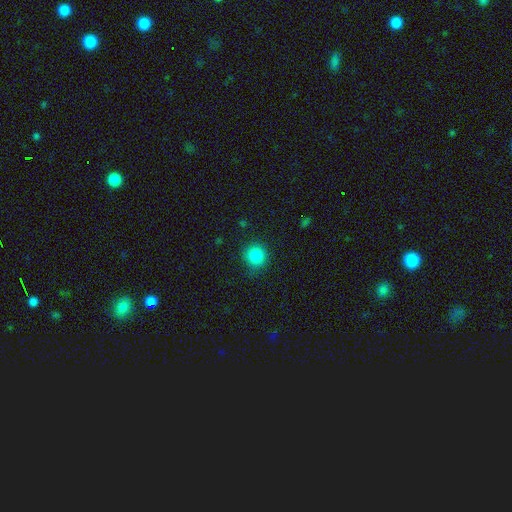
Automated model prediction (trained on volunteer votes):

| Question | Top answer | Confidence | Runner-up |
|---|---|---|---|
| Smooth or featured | smooth | 84% | star or artifact (11%) |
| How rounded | round | 92% | in between (7%) |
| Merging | none | 85% | minor disturbance (11%) |